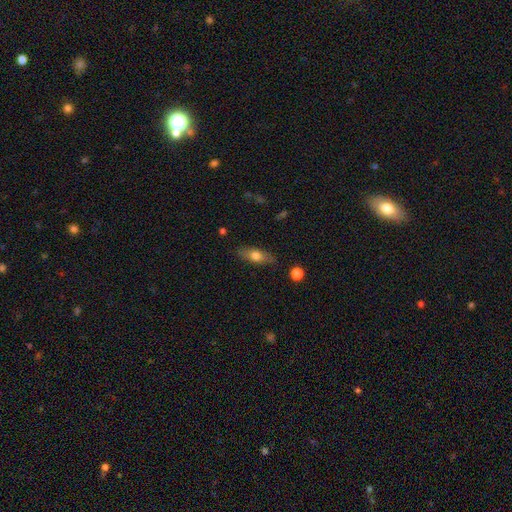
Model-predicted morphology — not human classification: type=smooth (66%); roundness=in between (69%); merging=none (84%).